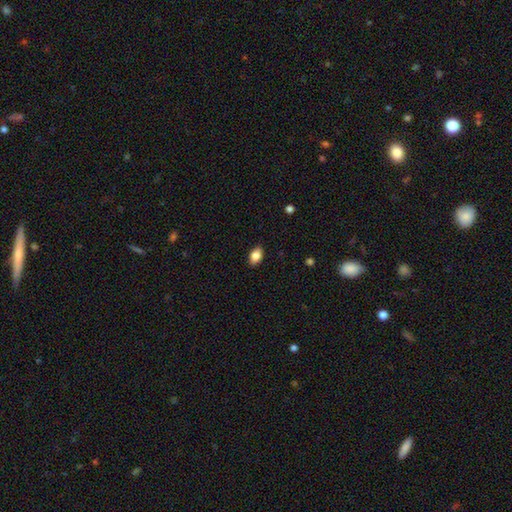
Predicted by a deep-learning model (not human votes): Smooth or featured? Predicted: smooth (p=0.83). How rounded? Predicted: in between (p=0.88). Merging? Predicted: none (p=0.88).